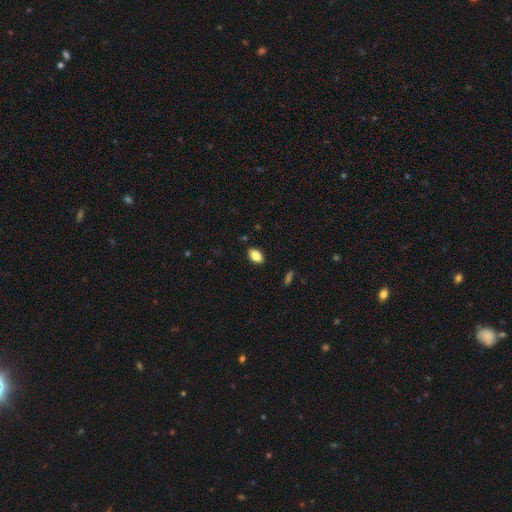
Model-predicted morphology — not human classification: A smooth galaxy with no disk features (86%) that is in between round and cigar-shaped (91%). Merging: none (87%).